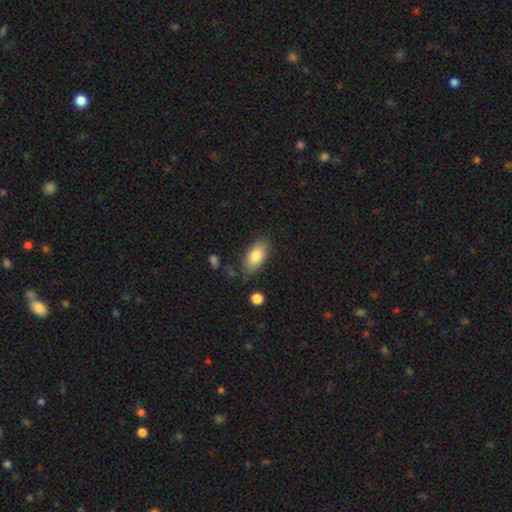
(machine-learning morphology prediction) Smooth or featured? smooth (82%)
How rounded? in between (91%)
Merging? none (77%)